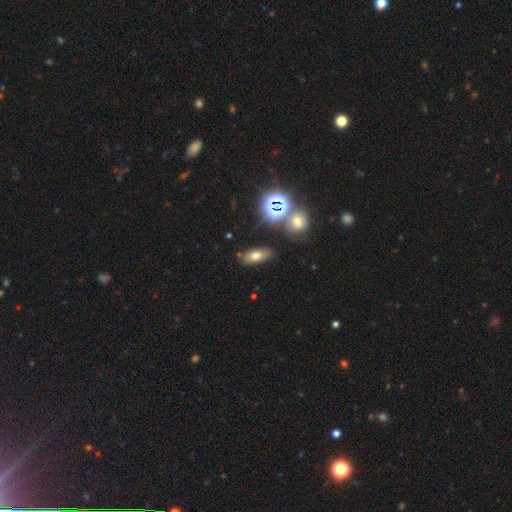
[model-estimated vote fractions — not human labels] smooth 63%, star or artifact 22%, featured or disk 16%. Down the decision tree: how rounded — in between (79%); merging — none (79%).